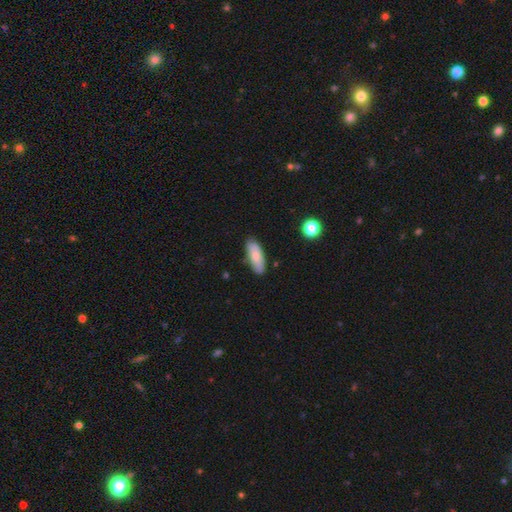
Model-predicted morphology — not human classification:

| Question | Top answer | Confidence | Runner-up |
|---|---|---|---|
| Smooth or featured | smooth | 76% | featured or disk (18%) |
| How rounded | in between | 75% | cigar-shaped (23%) |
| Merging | none | 83% | minor disturbance (13%) |